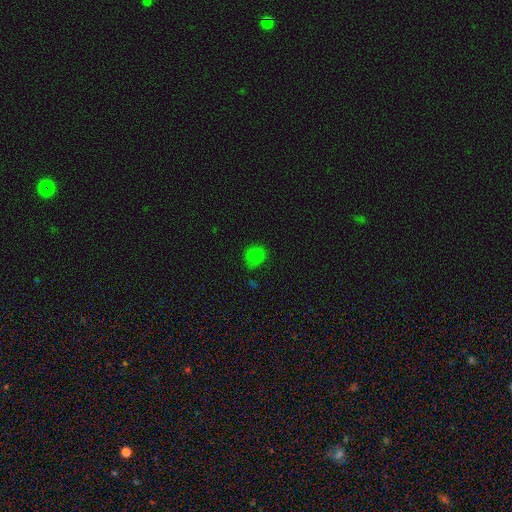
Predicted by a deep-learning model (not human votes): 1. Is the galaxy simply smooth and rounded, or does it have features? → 73% smooth, 19% star or artifact, 8% featured or disk.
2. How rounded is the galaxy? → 60% round, 38% in between, 1% cigar-shaped.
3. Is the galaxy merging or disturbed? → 64% none, 24% minor disturbance, 8% major disturbance, 4% merger.